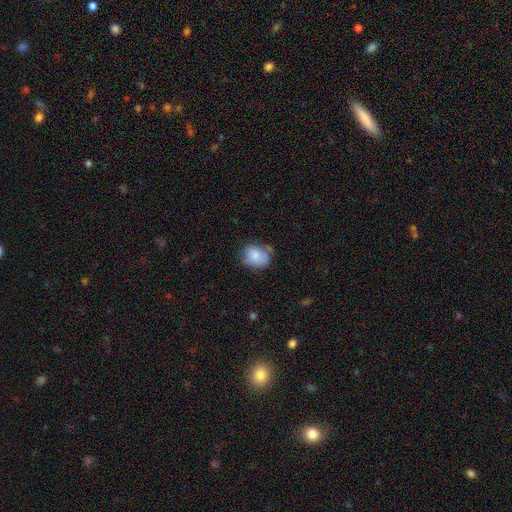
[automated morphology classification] Smooth or featured?
  - smooth: 78% *
  - featured or disk: 14%
  - star or artifact: 8%
How rounded?
  - in between: 50% *
  - round: 49%
  - cigar-shaped: 1%
Merging?
  - none: 53% *
  - minor disturbance: 30%
  - major disturbance: 9%
  - merger: 7%